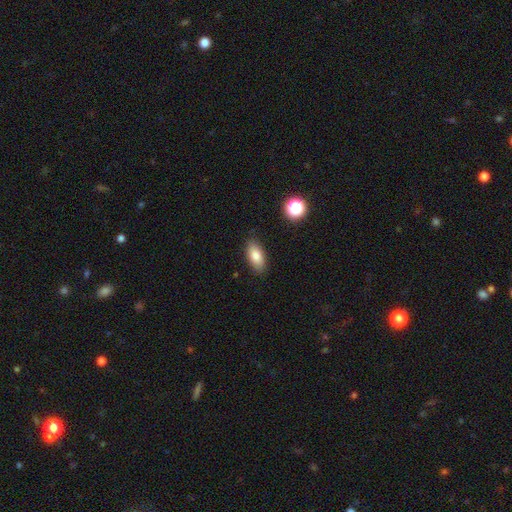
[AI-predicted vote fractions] Smooth or featured? smooth (82%)
How rounded? in between (89%)
Merging? none (86%)